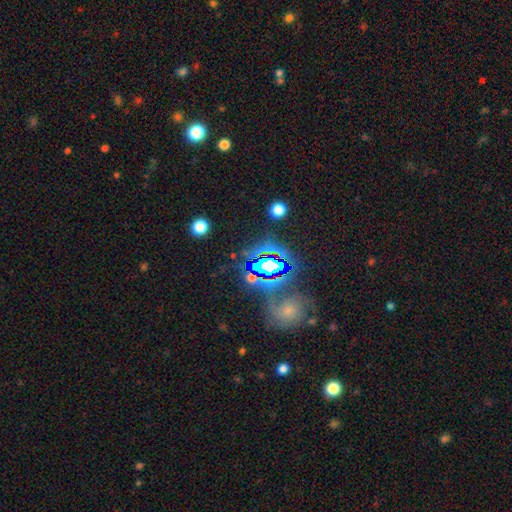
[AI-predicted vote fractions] Smooth or featured? Predicted: star or artifact (p=0.67).